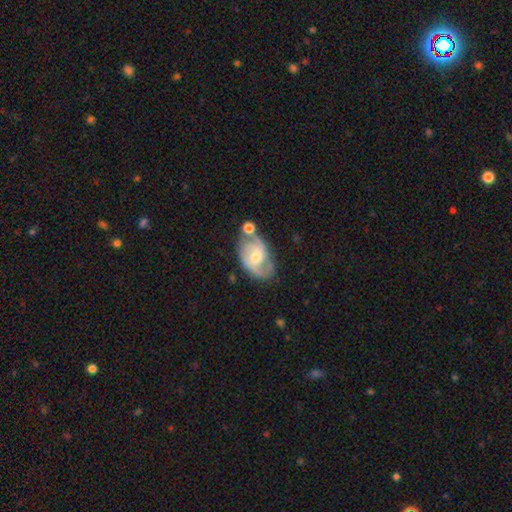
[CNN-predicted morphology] Overall: featured or disk (71%). Edge-on disk: no (96%). Bar: no (50%; weak 41%). Spiral arms: yes (85%). Spiral arm count: 2 (69%). Spiral winding: medium (47%; tight 29%). Bulge size: moderate (56%; small 37%). Merging: none (49%; minor disturbance 24%).